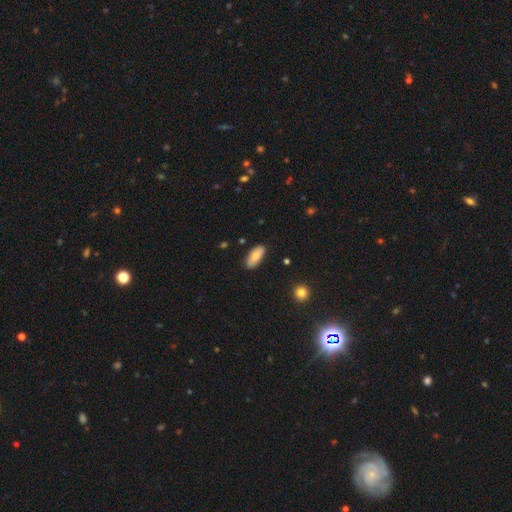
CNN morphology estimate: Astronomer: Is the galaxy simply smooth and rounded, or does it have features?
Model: smooth — 80%.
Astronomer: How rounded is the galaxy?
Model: in between — 86%.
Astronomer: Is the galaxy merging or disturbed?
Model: none — 84%.